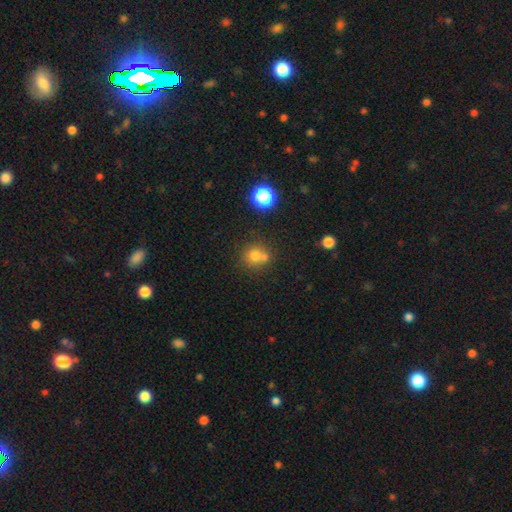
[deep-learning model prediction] This appears to be a smooth galaxy with no disk features (71%) that is round (84%). Merging: none (52%).